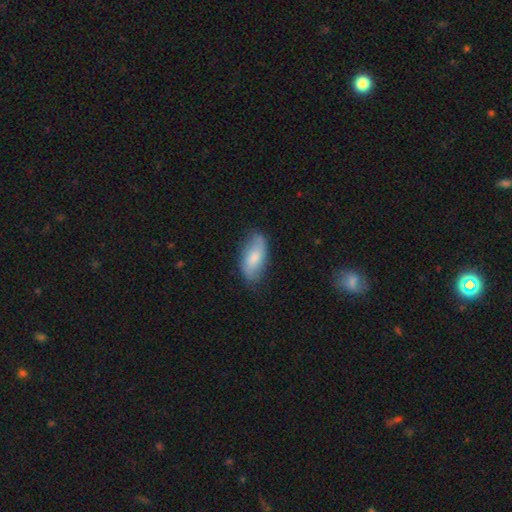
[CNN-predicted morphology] Overall: smooth (65%; featured or disk 28%). How rounded: in between (89%). Merging: none (73%).